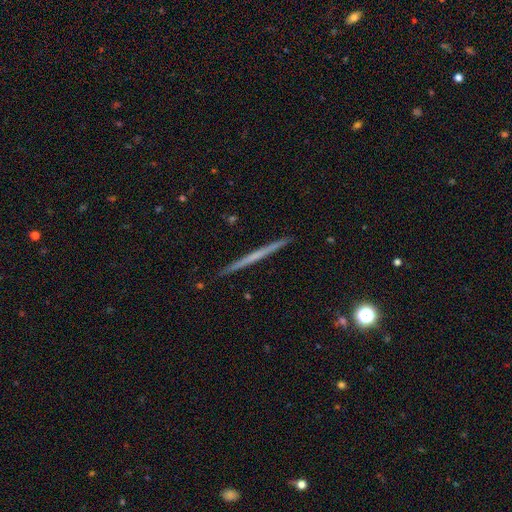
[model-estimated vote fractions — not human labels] Smooth or featured? Predicted: featured or disk (p=0.59). Edge-on disk? Predicted: yes (p=0.98). Edge-on bulge? Predicted: none (p=0.88). Merging? Predicted: none (p=0.92).